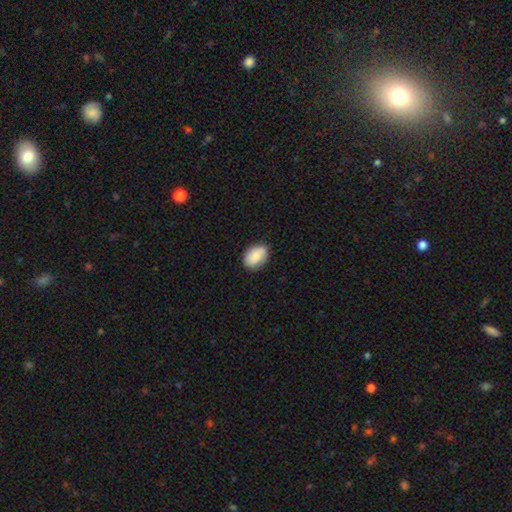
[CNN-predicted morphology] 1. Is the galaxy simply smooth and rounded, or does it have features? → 76% smooth, 17% featured or disk, 7% star or artifact.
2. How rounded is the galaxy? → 83% in between, 16% round, 1% cigar-shaped.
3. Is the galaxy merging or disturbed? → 85% none, 12% minor disturbance, 2% major disturbance, 1% merger.